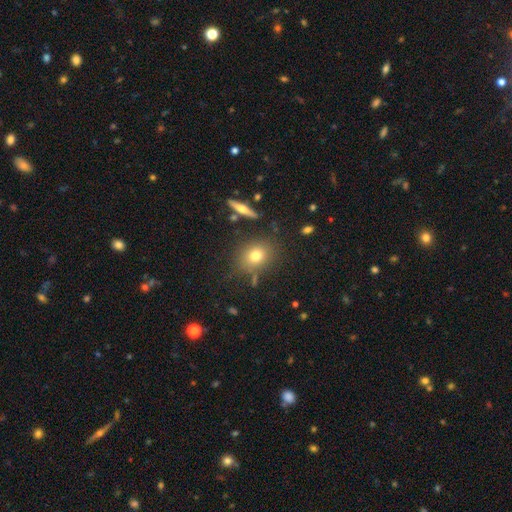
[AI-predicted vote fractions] A smooth galaxy with no disk features (73%) that is round (58%). Merging: none (80%).